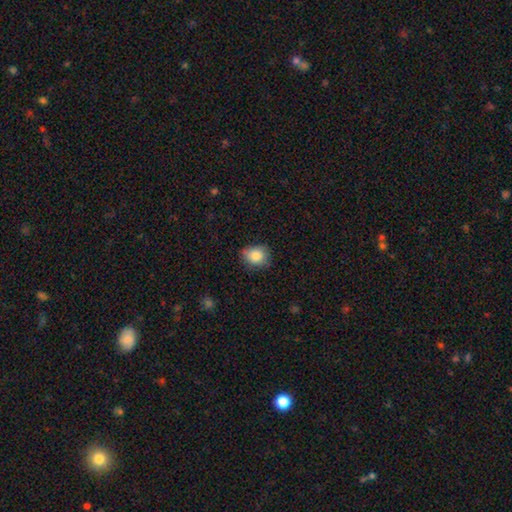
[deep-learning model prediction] Morphology: type=smooth (85%); roundness=round (59%); merging=none (71%).